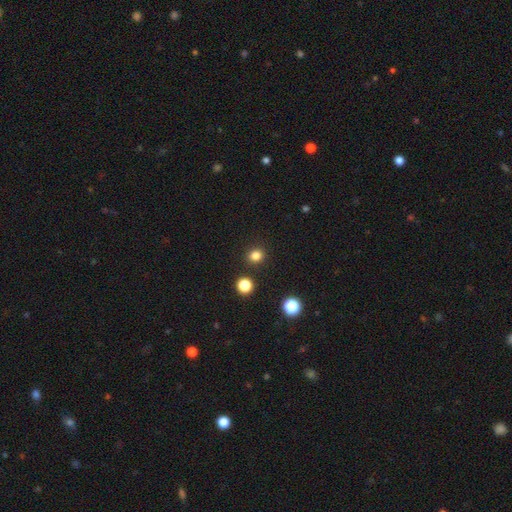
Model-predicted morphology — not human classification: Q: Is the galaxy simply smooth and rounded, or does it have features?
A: smooth — 81%.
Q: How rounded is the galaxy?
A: round — 80%.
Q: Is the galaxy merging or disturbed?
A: none — 89%.